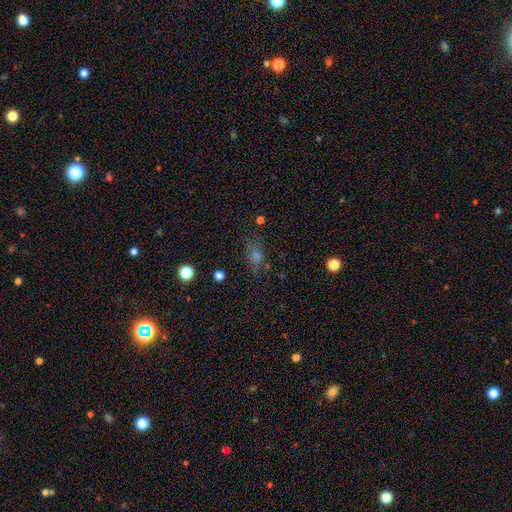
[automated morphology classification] type=smooth (55%); roundness=in between (64%); merging=none (73%).